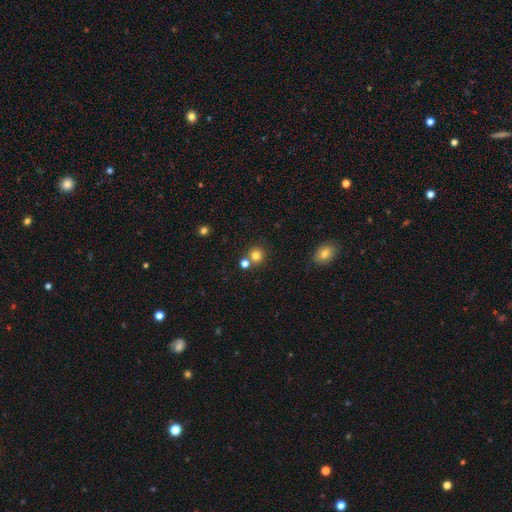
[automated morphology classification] Smooth or featured?
  - smooth: 79% *
  - star or artifact: 14%
  - featured or disk: 7%
How rounded?
  - round: 90% *
  - in between: 9%
  - cigar-shaped: 1%
Merging?
  - none: 68% *
  - merger: 22%
  - minor disturbance: 7%
  - major disturbance: 3%